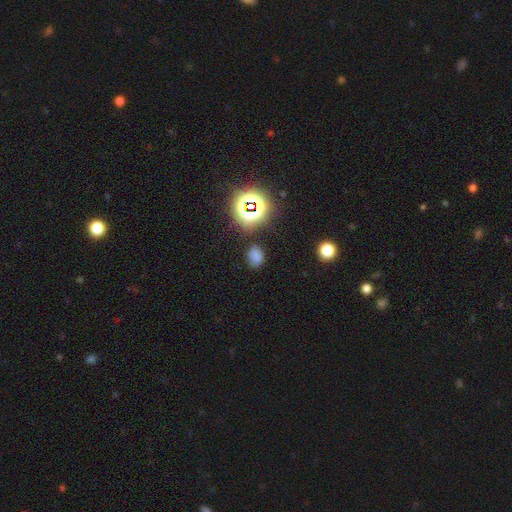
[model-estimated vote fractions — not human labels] Q: Smooth or featured?
A: smooth (64%); runner-up: star or artifact (26%)
Q: How rounded?
A: in between (66%); runner-up: round (33%)
Q: Merging?
A: none (69%); runner-up: minor disturbance (19%)